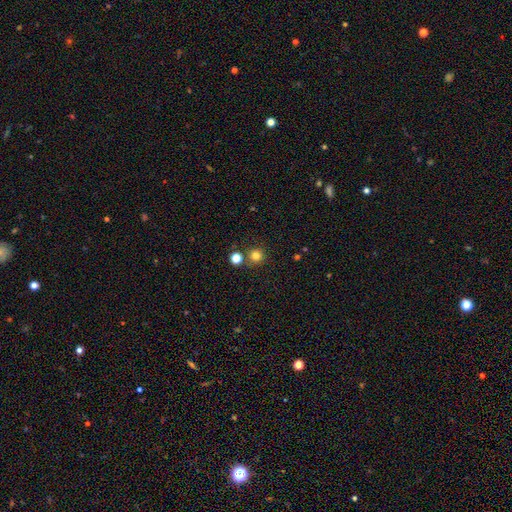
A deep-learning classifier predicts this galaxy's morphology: type=smooth (80%); roundness=round (94%); merging=none (81%).